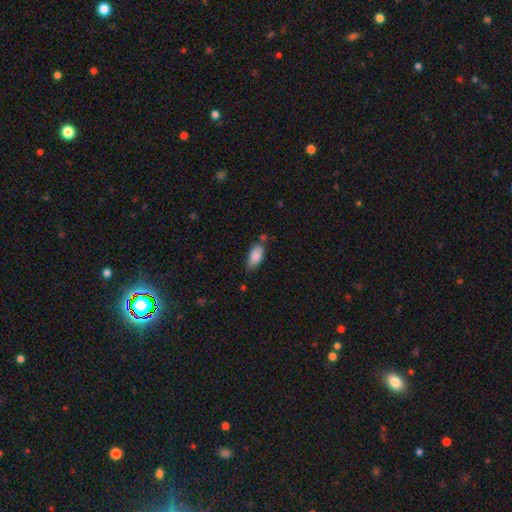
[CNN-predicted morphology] Smooth or featured?
  - smooth: 84% *
  - featured or disk: 9%
  - star or artifact: 7%
How rounded?
  - in between: 90% *
  - cigar-shaped: 7%
  - round: 2%
Merging?
  - none: 62% *
  - minor disturbance: 25%
  - merger: 8%
  - major disturbance: 4%